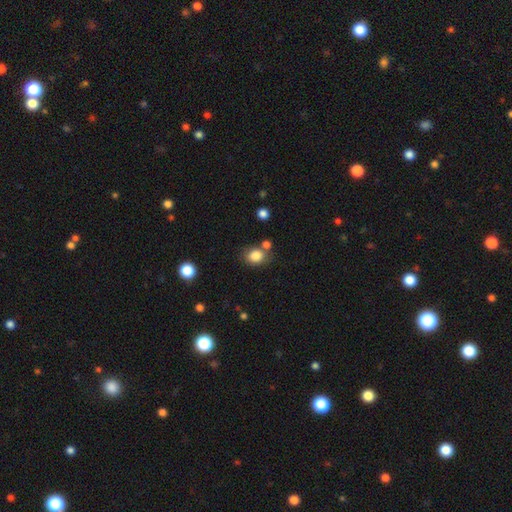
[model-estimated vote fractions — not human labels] Overall: smooth (84%). How rounded: round (56%; in between 43%). Merging: none (67%).